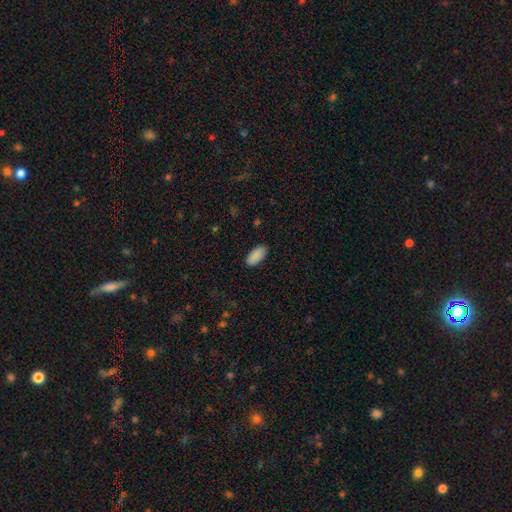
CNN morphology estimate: The model was most divided on "merging": none: 90%, minor disturbance: 7%, major disturbance: 2%, merger: 1%. More confident: how rounded — in between (92%); smooth or featured — smooth (91%).